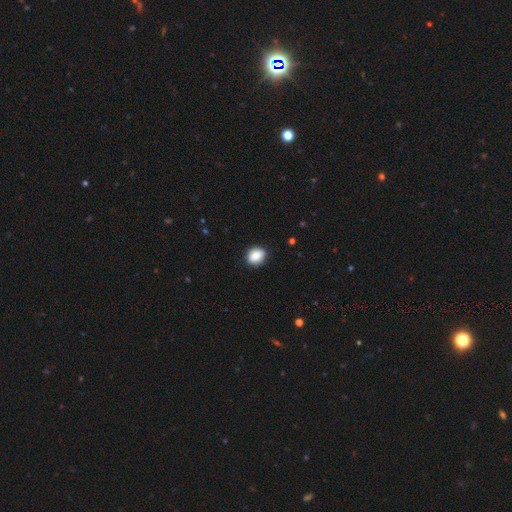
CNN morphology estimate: This is clearly a smooth galaxy (88%). How rounded: possibly in between (55%). Merging: clearly none (86%).